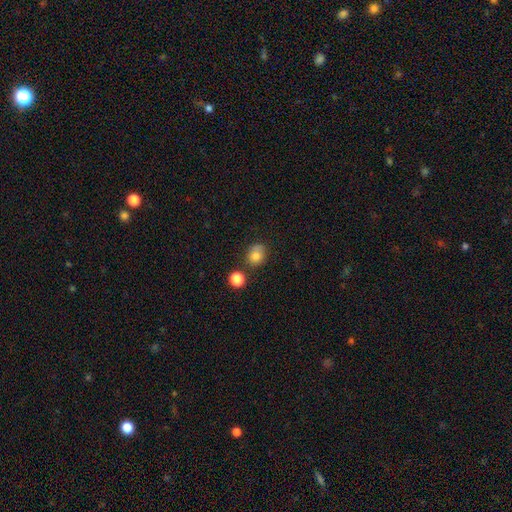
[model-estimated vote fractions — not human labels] The model was most divided on "how rounded": round: 69%, in between: 30%, cigar-shaped: 1%. More confident: smooth or featured — smooth (79%); merging — none (62%).